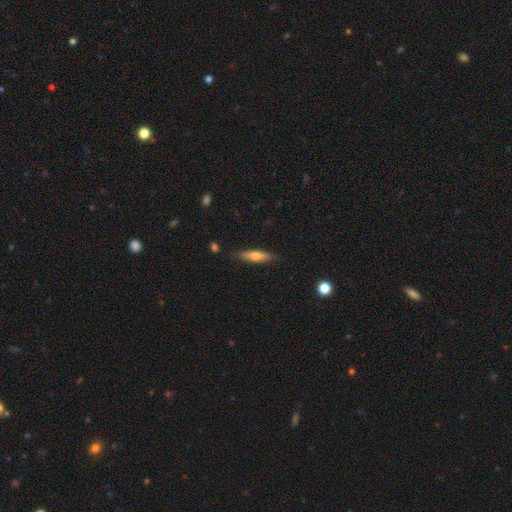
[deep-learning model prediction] Overall: smooth (59%; featured or disk 35%). How rounded: cigar-shaped (69%). Merging: none (84%).